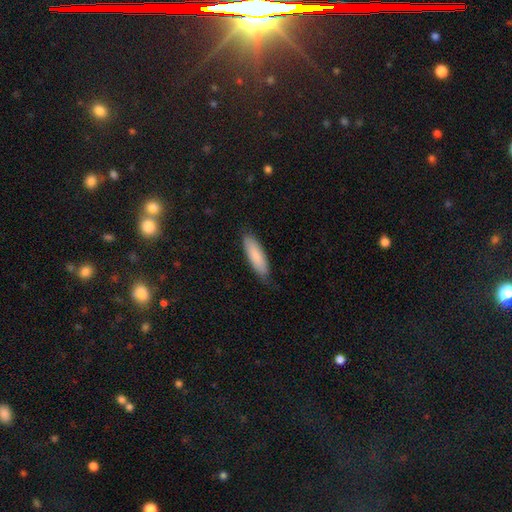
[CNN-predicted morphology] type=smooth (85%); roundness=cigar-shaped (53%); merging=none (80%).